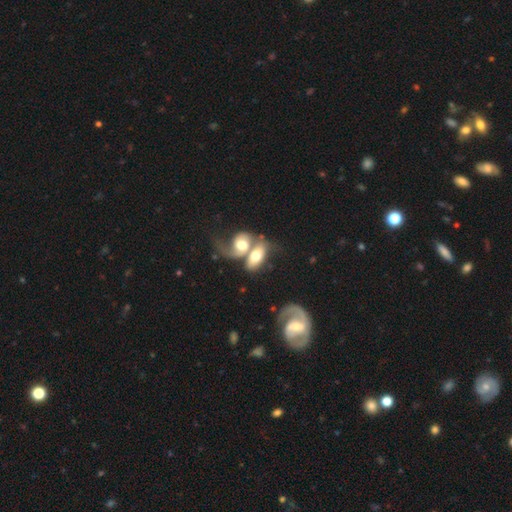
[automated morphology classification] Smooth or featured: featured or disk — 49% (smooth — 44%)
Merging: merger — 74% (none — 11%)